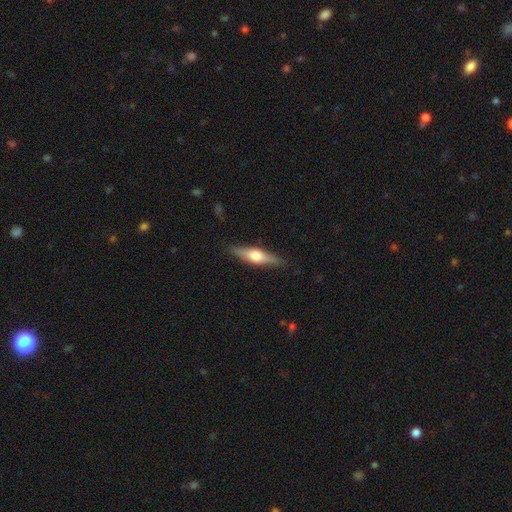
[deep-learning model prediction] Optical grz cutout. It shows a featured or disk galaxy (60%) viewed edge-on (95%) with a rounded central bulge (92%). Merging: none (88%).